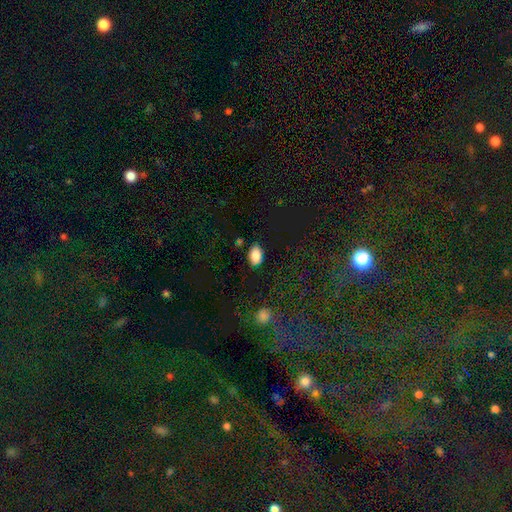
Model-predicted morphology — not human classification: A smooth galaxy with no disk features (86%) that is in between round and cigar-shaped (90%). Merging: none (81%).